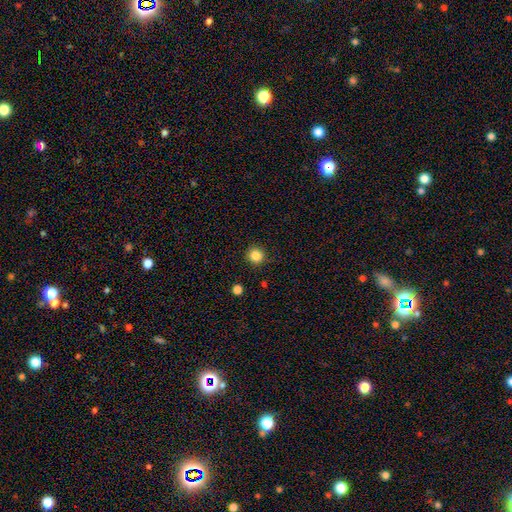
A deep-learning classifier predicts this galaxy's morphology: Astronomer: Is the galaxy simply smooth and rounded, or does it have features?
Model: smooth — 85%.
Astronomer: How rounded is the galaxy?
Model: round — 95%.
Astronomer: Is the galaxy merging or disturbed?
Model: none — 91%.